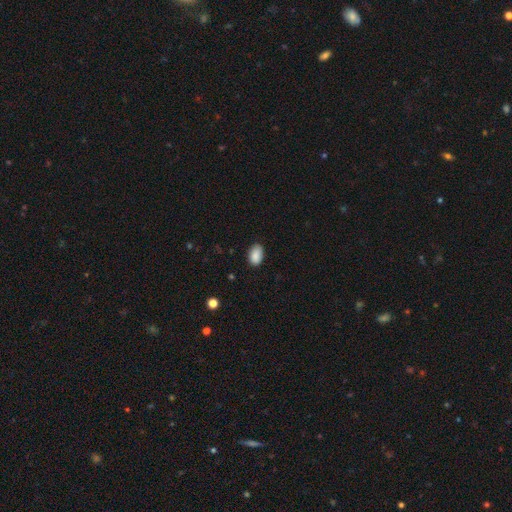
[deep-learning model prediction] smooth 89%, star or artifact 7%, featured or disk 4%. Down the decision tree: how rounded — in between (90%); merging — none (79%).